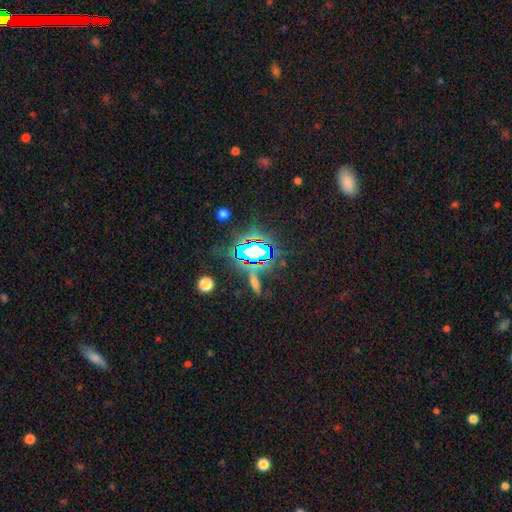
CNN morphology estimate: smooth_or_featured: star or artifact (p=0.76) [alt: smooth p=0.14]